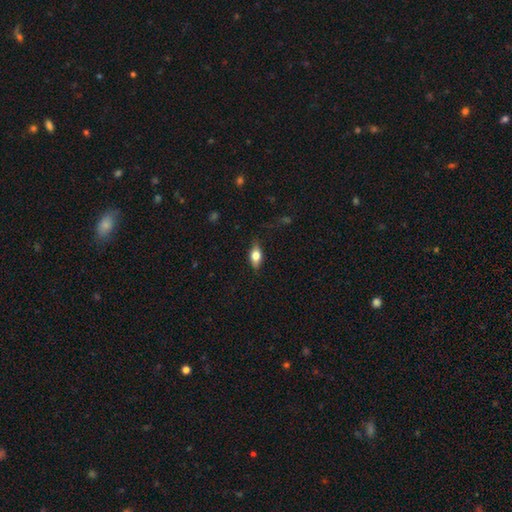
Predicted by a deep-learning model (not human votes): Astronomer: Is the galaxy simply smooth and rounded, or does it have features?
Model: smooth — 68%.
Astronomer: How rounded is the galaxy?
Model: in between — 82%.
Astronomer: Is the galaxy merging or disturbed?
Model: none — 81%.